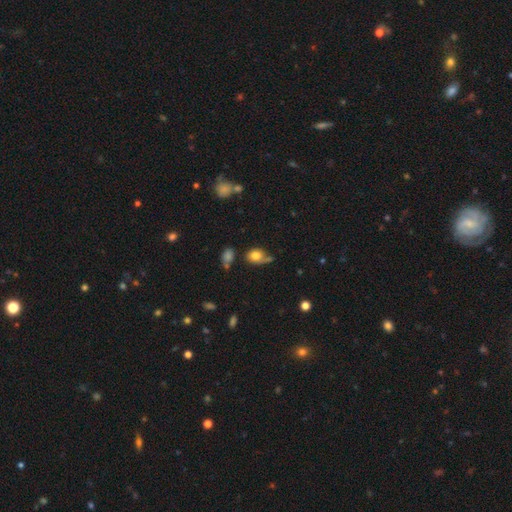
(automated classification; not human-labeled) A smooth galaxy with no disk features (75%) that is in between round and cigar-shaped (54%). Merging: none (48%).